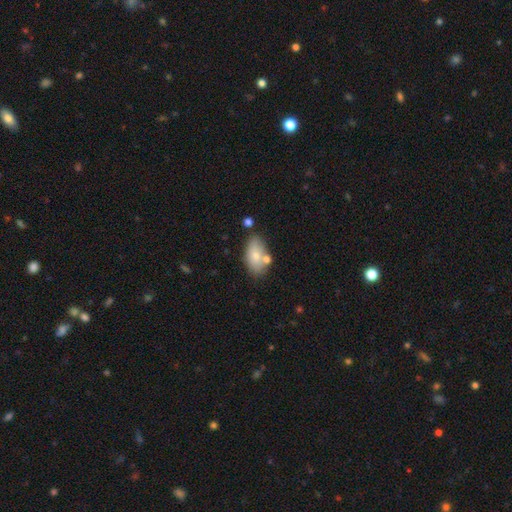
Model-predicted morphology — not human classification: Smooth or featured?
  - smooth: 73% *
  - featured or disk: 19%
  - star or artifact: 8%
How rounded?
  - in between: 91% *
  - round: 6%
  - cigar-shaped: 3%
Merging?
  - none: 66% *
  - minor disturbance: 17%
  - merger: 13%
  - major disturbance: 5%